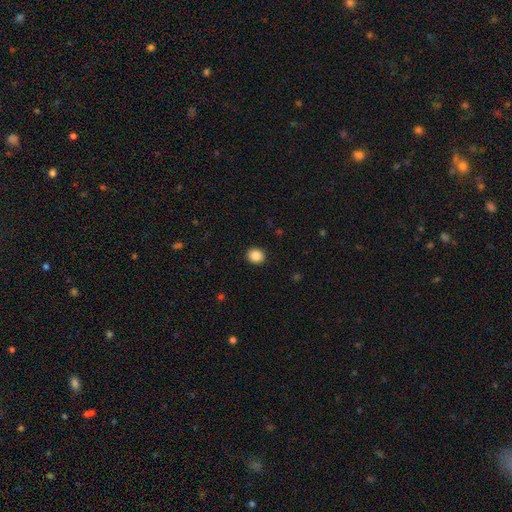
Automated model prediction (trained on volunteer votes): Overall: smooth (88%). How rounded: round (78%). Merging: none (92%).